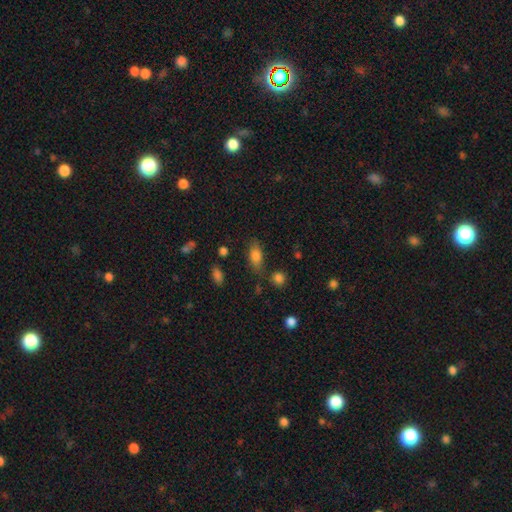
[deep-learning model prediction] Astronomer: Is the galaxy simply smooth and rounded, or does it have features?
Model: smooth — 80%.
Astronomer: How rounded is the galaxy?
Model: in between — 84%.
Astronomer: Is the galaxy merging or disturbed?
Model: none — 73%.